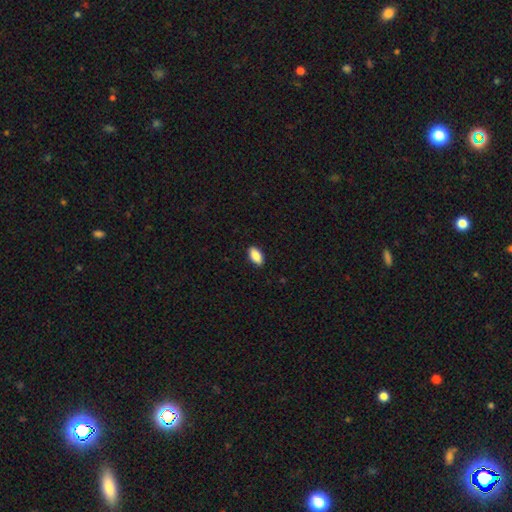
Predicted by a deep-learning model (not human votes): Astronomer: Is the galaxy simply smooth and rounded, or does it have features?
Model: smooth — 88%.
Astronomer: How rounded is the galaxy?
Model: in between — 92%.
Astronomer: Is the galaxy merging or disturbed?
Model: none — 89%.